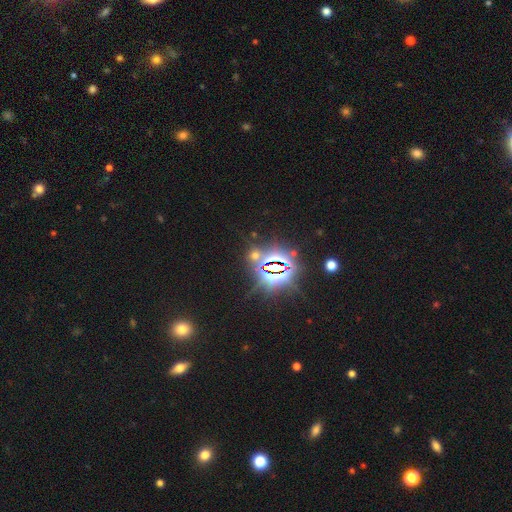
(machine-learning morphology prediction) A star or artifact, not a galaxy (72%).

Vote fractions:
- Smooth or featured? star or artifact: 72% / smooth: 20% / featured or disk: 7%